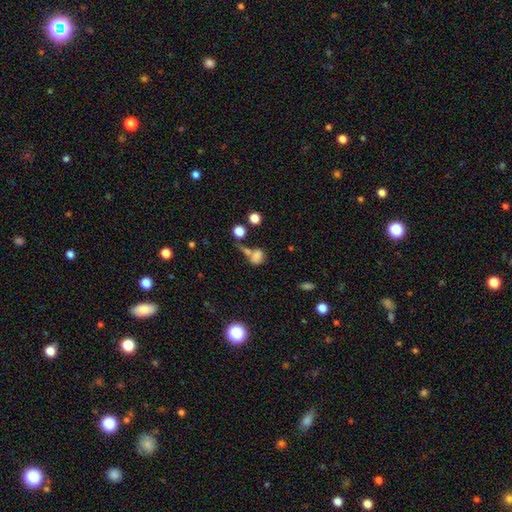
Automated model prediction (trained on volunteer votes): smooth-or-featured: smooth: 72% | star or artifact: 15% | featured or disk: 13%
  how-rounded: in between: 55% | round: 42% | cigar-shaped: 3%
  merging: merger: 43% | none: 29% | minor disturbance: 15% | major disturbance: 14%